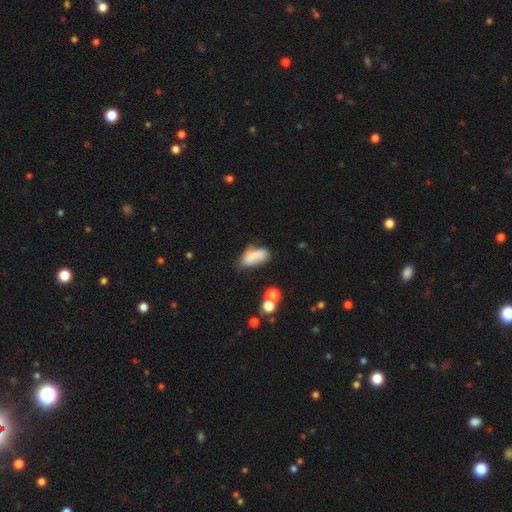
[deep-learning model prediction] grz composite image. It shows a smooth galaxy with no disk features (77%) that is in between round and cigar-shaped (86%). Merging: none (50%).